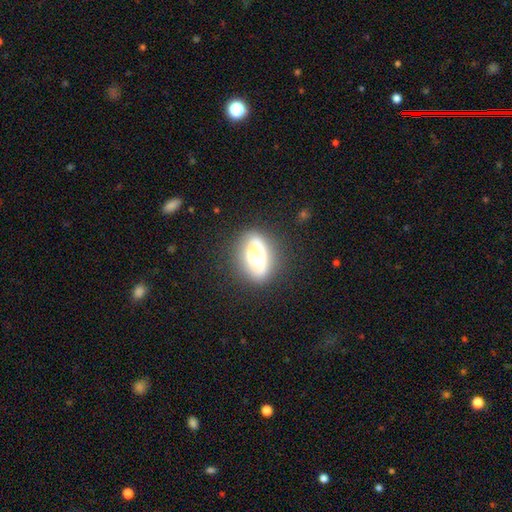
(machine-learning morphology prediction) type=smooth (47%); merging=none (69%).